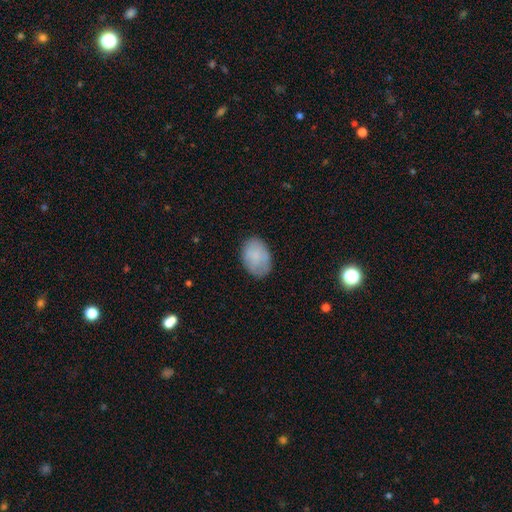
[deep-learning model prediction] Smooth or featured: smooth — 81% (featured or disk — 12%)
How rounded: in between — 85% (round — 14%)
Merging: none — 79% (minor disturbance — 16%)